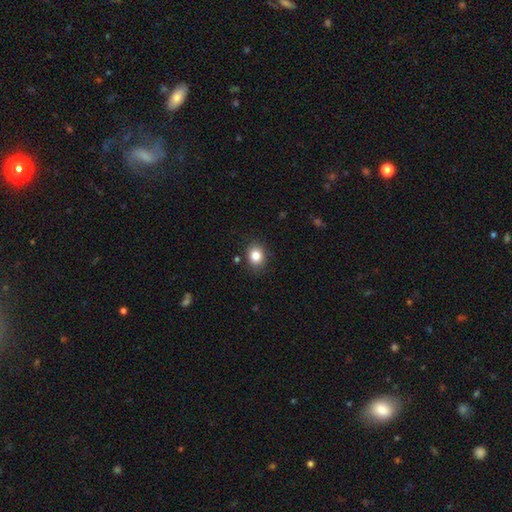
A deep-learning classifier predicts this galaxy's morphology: Overall: smooth (83%). How rounded: round (59%; in between 41%). Merging: none (86%).